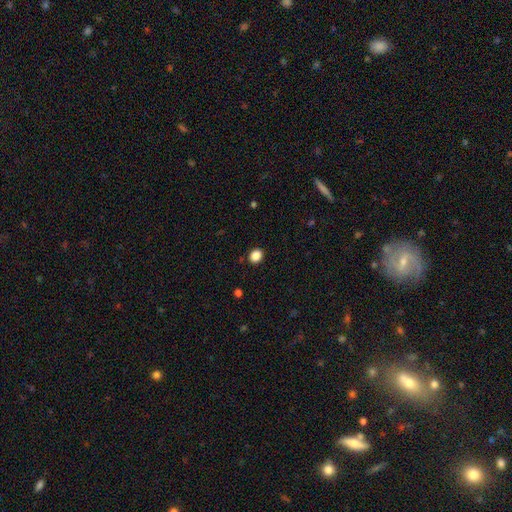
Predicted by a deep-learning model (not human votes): smooth_or_featured: smooth (p=0.87) [alt: star or artifact p=0.10]
how_rounded: round (p=0.59) [alt: in between p=0.40]
merging: none (p=0.90) [alt: minor disturbance p=0.07]